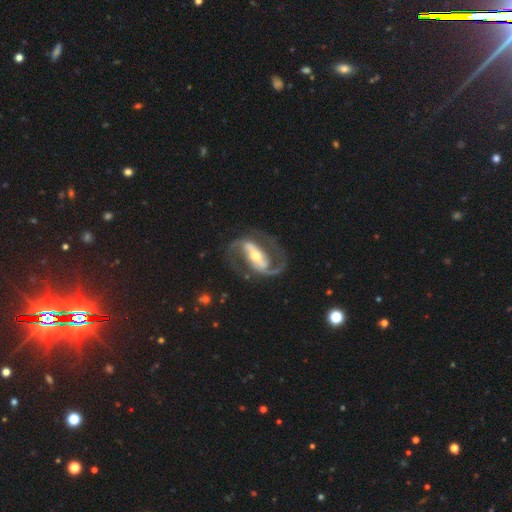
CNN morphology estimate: Smooth or featured?
  - featured or disk: 91% *
  - smooth: 5%
  - star or artifact: 4%
Edge-on disk?
  - no: 96% *
  - yes: 4%
Bar?
  - strong: 64% *
  - weak: 22%
  - no: 13%
Spiral arms?
  - yes: 96% *
  - no: 4%
Spiral winding?
  - medium: 56% *
  - loose: 26%
  - tight: 18%
Spiral arm count?
  - 2: 92% *
  - 1: 2%
  - can't tell: 2%
  - 3: 1%
  - 4: 1%
  - more than 4: 1%
Bulge size?
  - moderate: 52% *
  - small: 40%
  - large: 6%
  - none: 1%
  - dominant: 1%
Merging?
  - none: 77% *
  - minor disturbance: 12%
  - major disturbance: 9%
  - merger: 2%